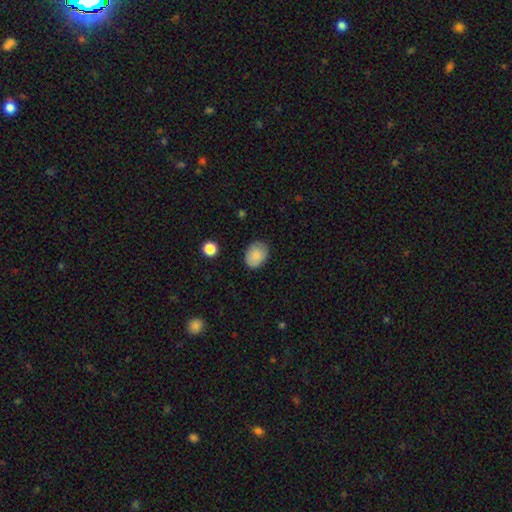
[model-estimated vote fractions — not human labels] Smooth or featured? smooth (84%)
How rounded? in between (68%)
Merging? none (81%)